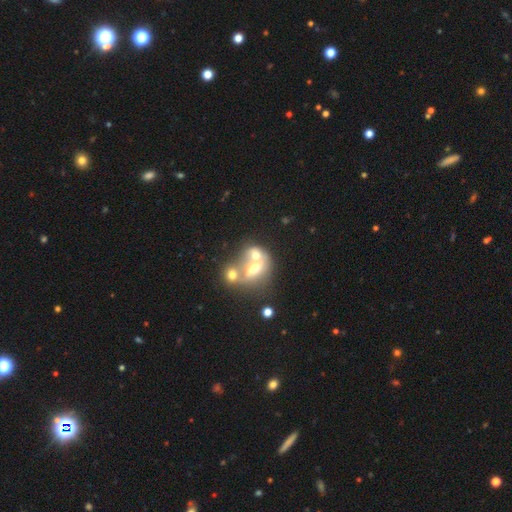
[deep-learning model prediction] Smooth or featured: smooth — 51% (featured or disk — 37%)
How rounded: in between — 61% (round — 35%)
Merging: merger — 68% (none — 18%)